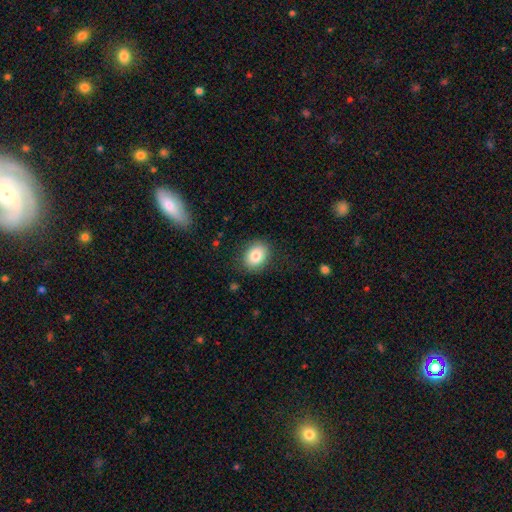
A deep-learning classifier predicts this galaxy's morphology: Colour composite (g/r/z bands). It shows a smooth galaxy with no disk features (83%) that is in between round and cigar-shaped (56%). Merging: none (84%).